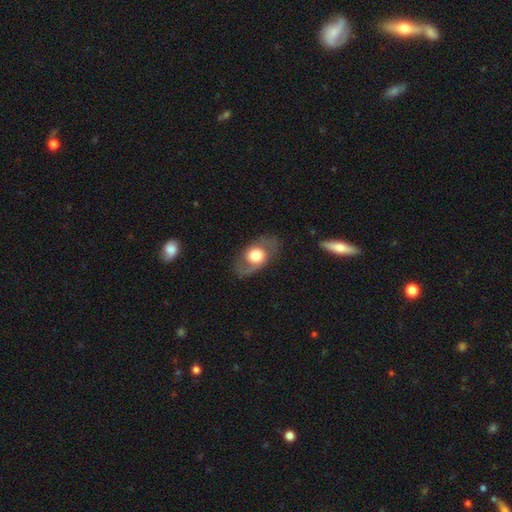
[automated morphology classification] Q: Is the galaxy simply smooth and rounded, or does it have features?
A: featured or disk — 56%.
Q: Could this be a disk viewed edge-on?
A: no — 89%.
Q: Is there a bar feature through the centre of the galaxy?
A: no — 81%.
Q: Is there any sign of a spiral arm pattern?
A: yes — 57%.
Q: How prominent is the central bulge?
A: large — 51%.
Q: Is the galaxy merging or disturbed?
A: none — 72%.